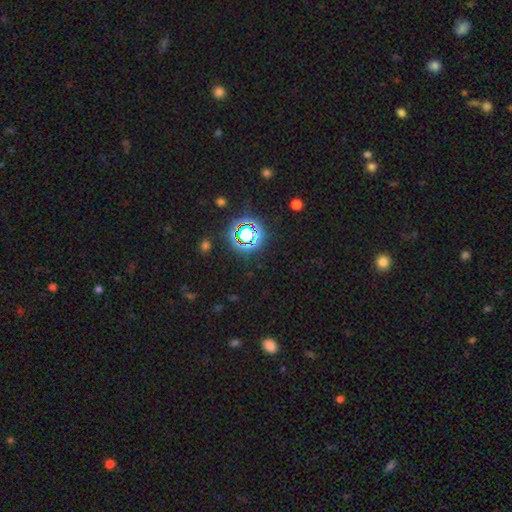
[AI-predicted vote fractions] This appears to be a star or artifact, not a galaxy (76%).